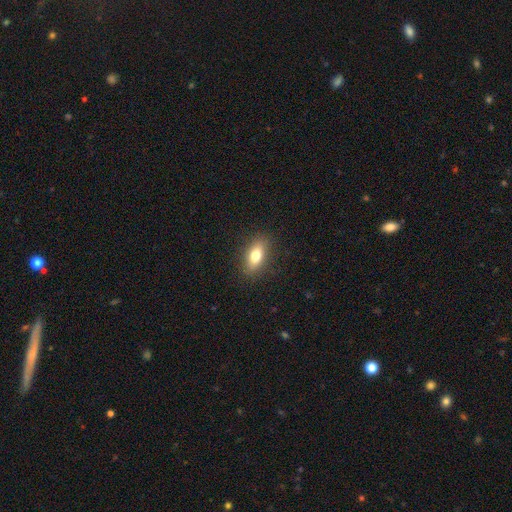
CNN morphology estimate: The model was most divided on "smooth or featured": smooth: 77%, featured or disk: 15%, star or artifact: 8%. More confident: merging — none (87%); how rounded — in between (80%).